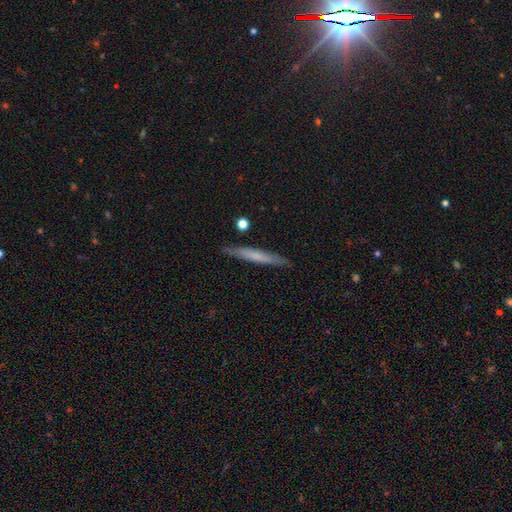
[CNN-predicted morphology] Smooth or featured? Predicted: smooth (p=0.57). How rounded? Predicted: cigar-shaped (p=0.95). Merging? Predicted: none (p=0.88).